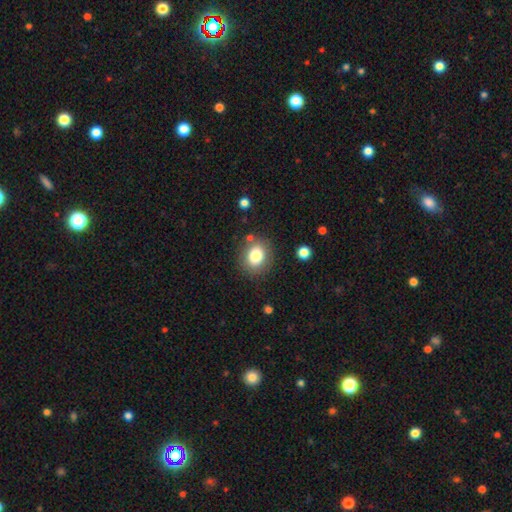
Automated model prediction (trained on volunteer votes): A smooth galaxy with no disk features (80%) that is round (64%).

Vote fractions:
- Smooth or featured? smooth: 80% / star or artifact: 10% / featured or disk: 10%
- How rounded? round: 64% / in between: 35% / cigar-shaped: 1%
- Merging? none: 82% / minor disturbance: 11% / major disturbance: 4% / merger: 4%